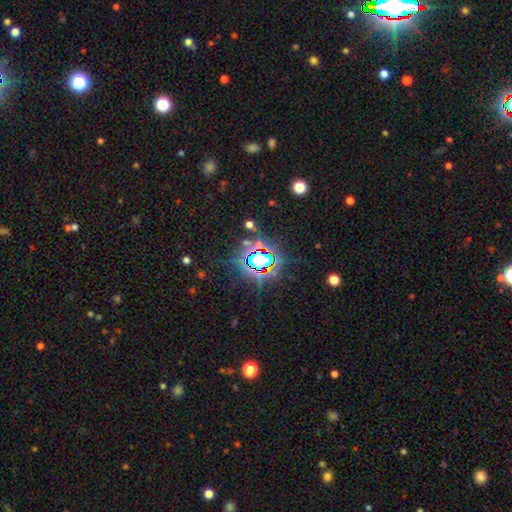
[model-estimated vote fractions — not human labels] Q: Smooth or featured?
A: star or artifact (79%); runner-up: smooth (13%)